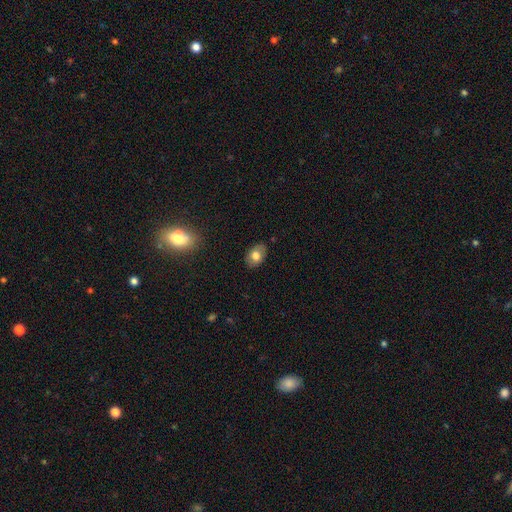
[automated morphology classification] Smooth or featured: smooth — 76% (featured or disk — 16%)
How rounded: in between — 83% (round — 16%)
Merging: none — 83% (minor disturbance — 13%)